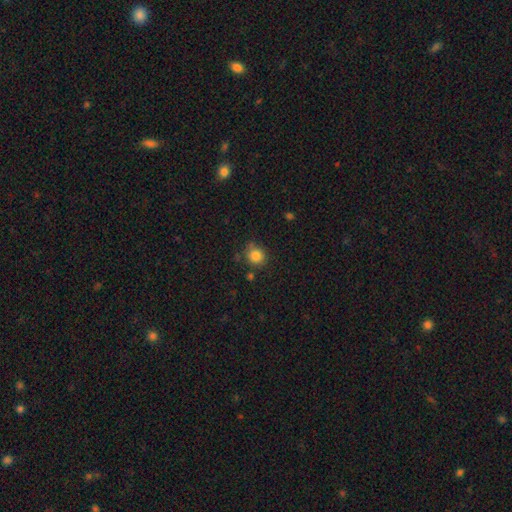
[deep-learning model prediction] Smooth or featured? Predicted: smooth (p=0.83). How rounded? Predicted: round (p=0.86). Merging? Predicted: none (p=0.72).